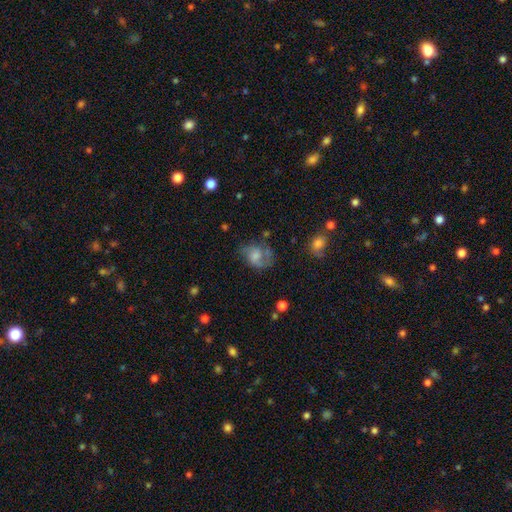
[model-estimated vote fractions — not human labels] A featured or disk galaxy (48%). Merging: none (48%).